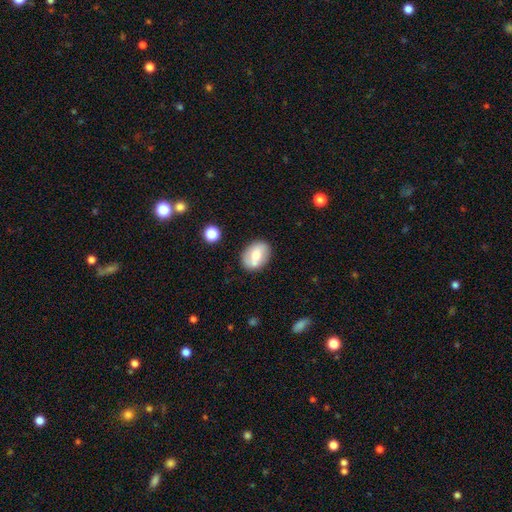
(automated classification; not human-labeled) A smooth galaxy with no disk features (61%) that is in between round and cigar-shaped (70%).

Vote fractions:
- Smooth or featured? smooth: 61% / featured or disk: 31% / star or artifact: 8%
- How rounded? in between: 70% / round: 29% / cigar-shaped: 1%
- Merging? none: 75% / minor disturbance: 15% / merger: 7% / major disturbance: 4%